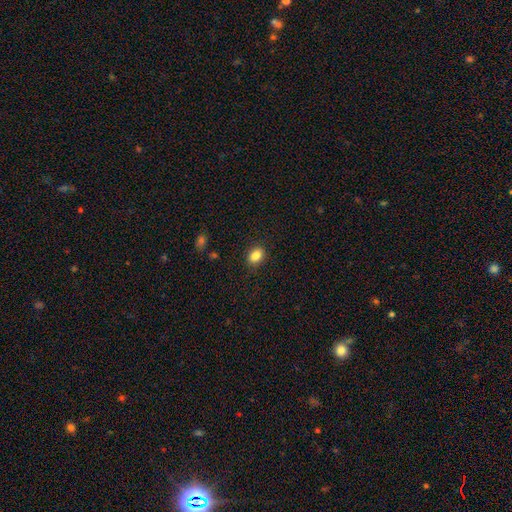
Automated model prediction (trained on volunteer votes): Q: Smooth or featured?
A: smooth (85%); runner-up: star or artifact (9%)
Q: How rounded?
A: in between (68%); runner-up: round (31%)
Q: Merging?
A: none (87%); runner-up: minor disturbance (9%)